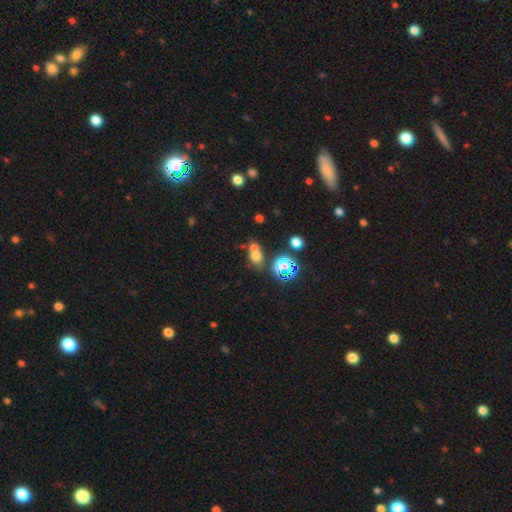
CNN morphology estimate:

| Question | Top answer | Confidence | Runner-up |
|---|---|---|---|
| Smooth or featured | smooth | 64% | star or artifact (24%) |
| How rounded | round | 66% | in between (33%) |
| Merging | merger | 44% | none (42%) |